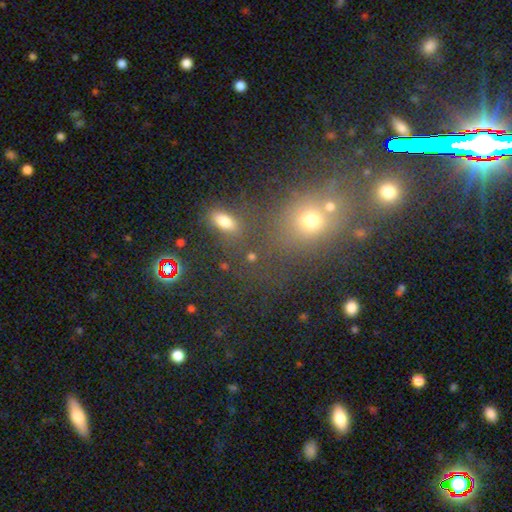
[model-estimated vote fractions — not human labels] Smooth or featured? star or artifact (52%)